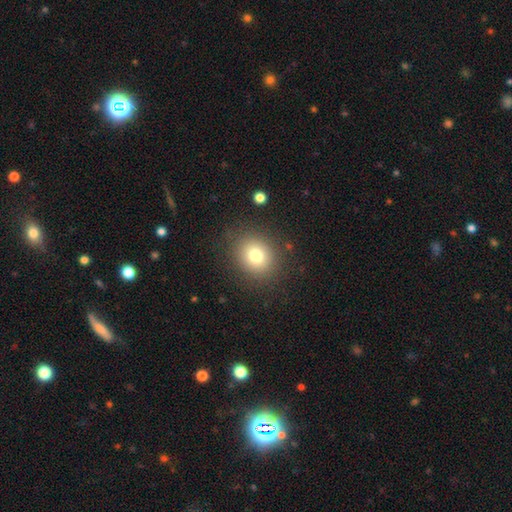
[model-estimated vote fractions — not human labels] The model was most divided on "how rounded": round: 73%, in between: 27%, cigar-shaped: 1%. More confident: merging — none (85%); smooth or featured — smooth (77%).